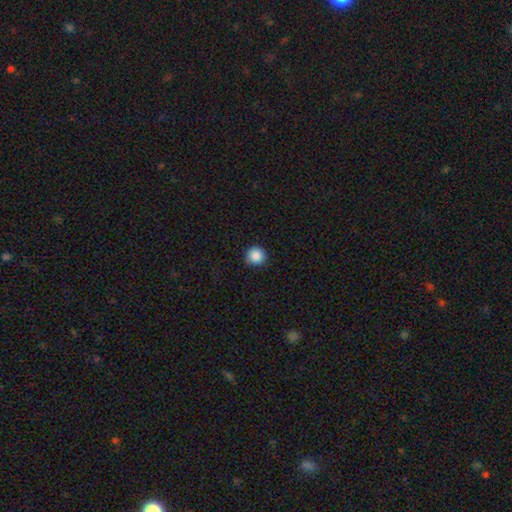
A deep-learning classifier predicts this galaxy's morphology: Smooth or featured: smooth — 88% (star or artifact — 9%)
How rounded: round — 95% (in between — 4%)
Merging: none — 89% (minor disturbance — 8%)